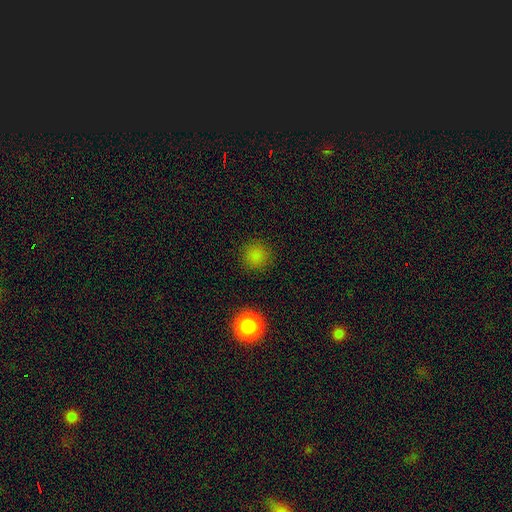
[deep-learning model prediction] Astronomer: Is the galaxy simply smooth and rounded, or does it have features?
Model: smooth — 82%.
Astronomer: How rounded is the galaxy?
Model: round — 92%.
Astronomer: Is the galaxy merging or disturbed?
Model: none — 89%.